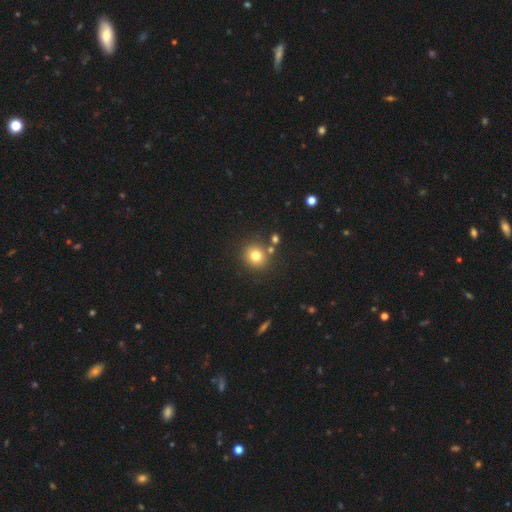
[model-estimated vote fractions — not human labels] A smooth galaxy with no disk features (77%) that is round (88%).

Vote fractions:
- Smooth or featured? smooth: 77% / star or artifact: 14% / featured or disk: 9%
- How rounded? round: 88% / in between: 11% / cigar-shaped: 1%
- Merging? none: 81% / merger: 8% / minor disturbance: 8% / major disturbance: 3%